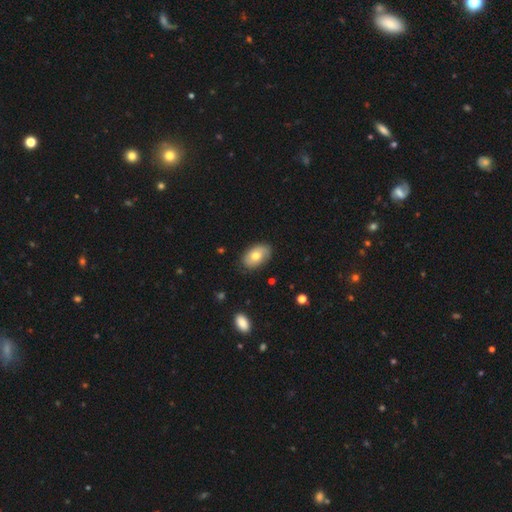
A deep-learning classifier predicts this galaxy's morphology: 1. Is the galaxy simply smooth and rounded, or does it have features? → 67% smooth, 26% featured or disk, 7% star or artifact.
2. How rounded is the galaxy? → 89% in between, 10% round, 1% cigar-shaped.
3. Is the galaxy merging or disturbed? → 79% none, 17% minor disturbance, 3% major disturbance, 1% merger.